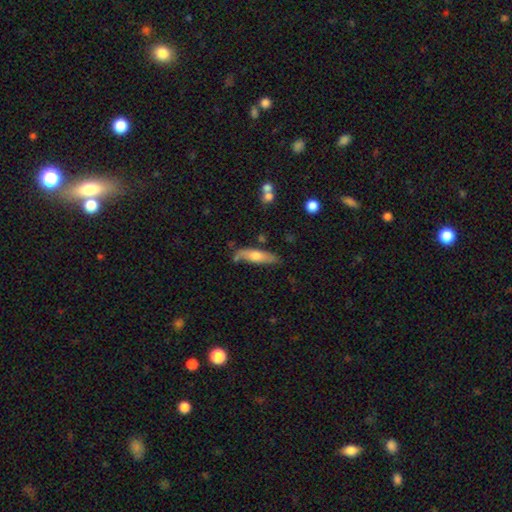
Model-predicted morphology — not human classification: The model was most divided on "smooth or featured": smooth: 55%, featured or disk: 38%, star or artifact: 6%. More confident: how rounded — cigar-shaped (69%); merging — none (67%).